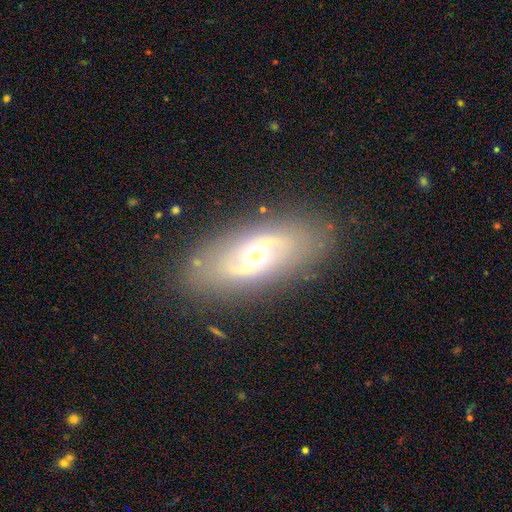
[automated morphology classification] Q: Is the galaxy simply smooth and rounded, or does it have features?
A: featured or disk — 71%.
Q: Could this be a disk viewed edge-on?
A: no — 89%.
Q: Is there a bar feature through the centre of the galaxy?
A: no — 54%.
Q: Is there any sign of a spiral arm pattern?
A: yes — 67%.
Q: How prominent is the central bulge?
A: moderate — 64%.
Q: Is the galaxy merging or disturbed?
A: none — 83%.